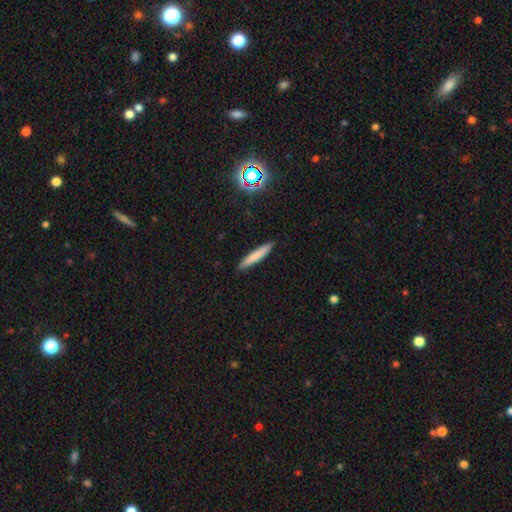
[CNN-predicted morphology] smooth 76%, featured or disk 17%, star or artifact 7%. Down the decision tree: how rounded — cigar-shaped (92%); merging — none (90%).